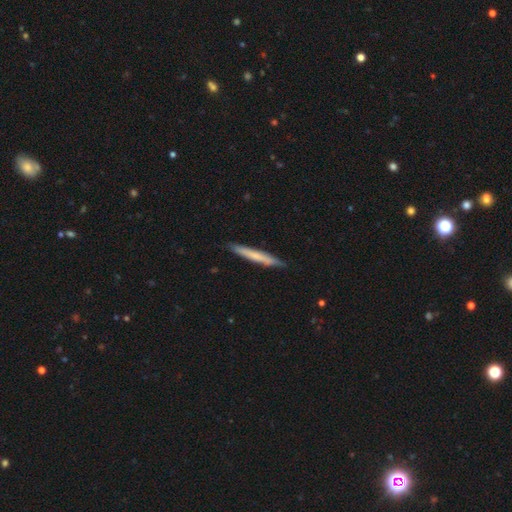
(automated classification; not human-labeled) The model was most divided on "smooth or featured": smooth: 64%, featured or disk: 31%, star or artifact: 5%. More confident: how rounded — cigar-shaped (96%); merging — none (89%).